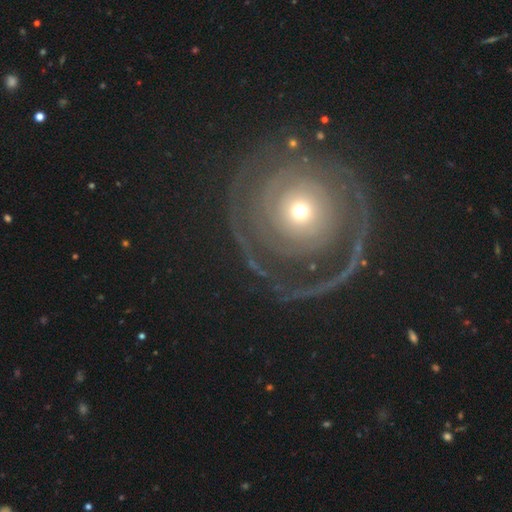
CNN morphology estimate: smooth-or-featured: featured or disk: 74% | smooth: 17% | star or artifact: 9%
  disk-edge-on: no: 96% | yes: 4%
    bar: no: 86% | weak: 10% | strong: 5%
    has-spiral-arms: yes: 73% | no: 27%
      spiral-winding: tight: 76% | medium: 16% | loose: 8%
      spiral-arm-count: can't tell: 37% | 2: 23% | 1: 14% | 3: 12% | more than 4: 7% | 4: 7%
    bulge-size: small: 51% | moderate: 42% | large: 5% | dominant: 2% | none: 1%
  merging: none: 73% | minor disturbance: 13% | major disturbance: 12% | merger: 2%